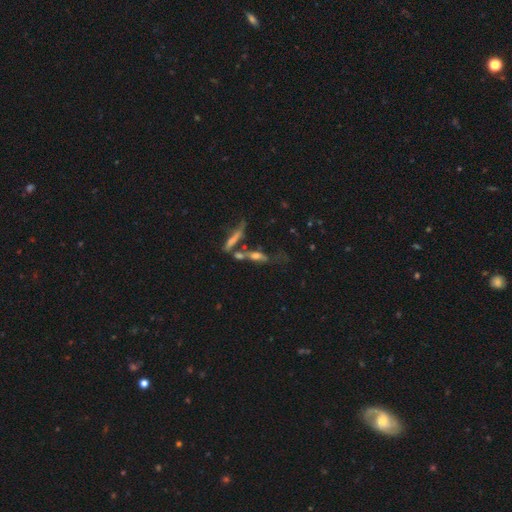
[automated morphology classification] type=featured or disk (48%); merging=none (43%).